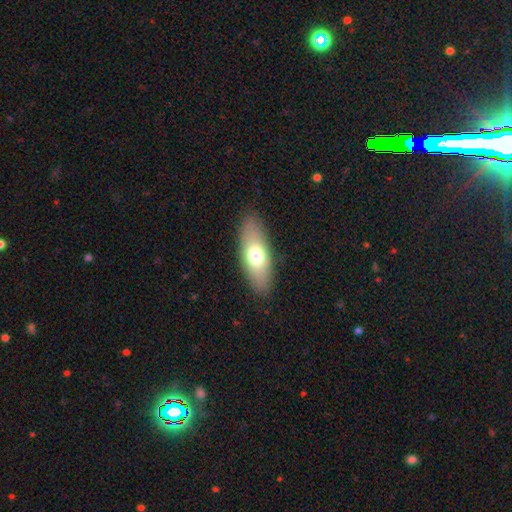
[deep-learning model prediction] Smooth or featured? smooth (68%)
How rounded? in between (74%)
Merging? none (87%)